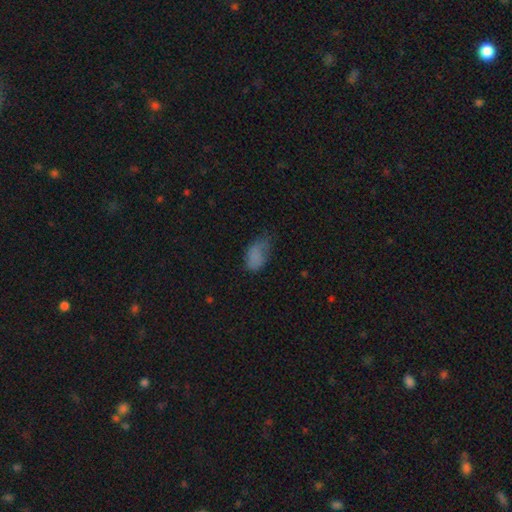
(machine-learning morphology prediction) This is likely a smooth galaxy (76%). How rounded: clearly in between (91%). Merging: marginally minor disturbance (36%).